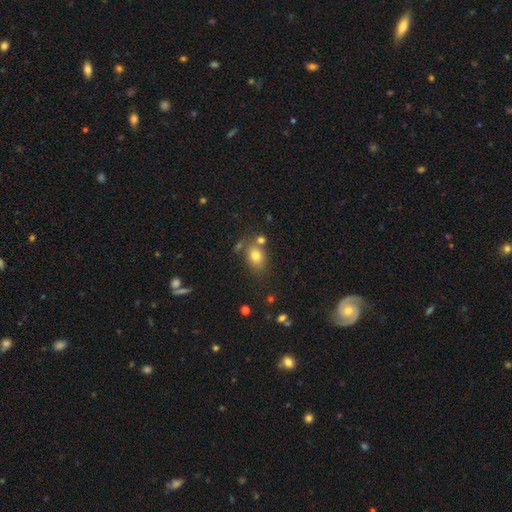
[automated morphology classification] Overall: smooth (77%). How rounded: in between (68%; round 31%). Merging: none (61%).